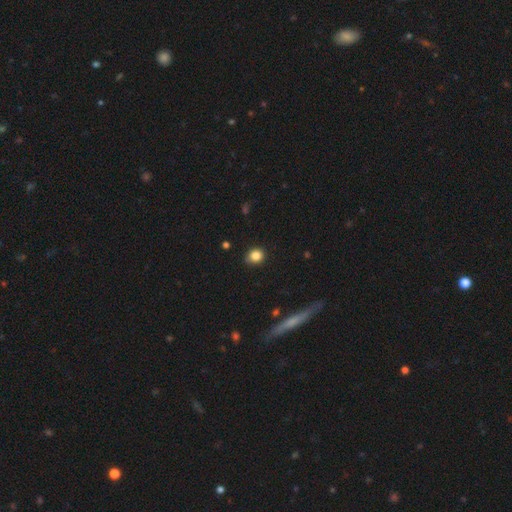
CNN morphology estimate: Smooth or featured?
  - smooth: 84% *
  - star or artifact: 10%
  - featured or disk: 5%
How rounded?
  - round: 82% *
  - in between: 17%
  - cigar-shaped: 1%
Merging?
  - none: 85% *
  - minor disturbance: 11%
  - major disturbance: 2%
  - merger: 1%